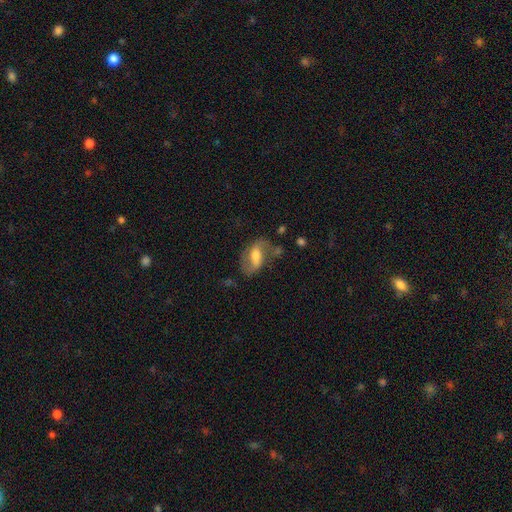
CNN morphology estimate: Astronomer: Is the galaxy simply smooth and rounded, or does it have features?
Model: featured or disk — 65%.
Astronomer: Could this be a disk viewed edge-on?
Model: no — 94%.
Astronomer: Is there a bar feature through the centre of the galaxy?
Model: weak — 43% (runner-up: strong, 32%).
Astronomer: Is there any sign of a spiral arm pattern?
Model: yes — 84%.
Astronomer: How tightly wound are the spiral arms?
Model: loose — 56% (runner-up: medium, 34%).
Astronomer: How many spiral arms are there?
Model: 2 — 85%.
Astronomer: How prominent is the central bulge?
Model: moderate — 59%.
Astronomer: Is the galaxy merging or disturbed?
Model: none — 55%.